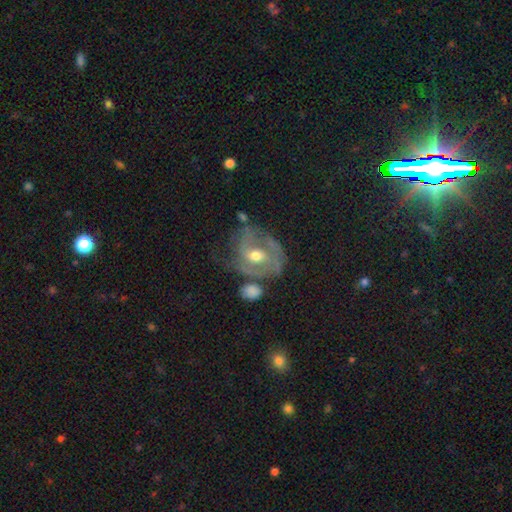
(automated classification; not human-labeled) smooth_or_featured: featured or disk (p=0.75) [alt: smooth p=0.18]
disk_edge_on: no (p=0.97) [alt: yes p=0.03]
bar: no (p=0.49) [alt: weak p=0.38]
has_spiral_arms: yes (p=0.77) [alt: no p=0.23]
spiral_winding: medium (p=0.43) [alt: tight p=0.38]
spiral_arm_count: 2 (p=0.50) [alt: can't tell p=0.26]
bulge_size: moderate (p=0.72) [alt: small p=0.20]
merging: none (p=0.41) [alt: minor disturbance p=0.25]